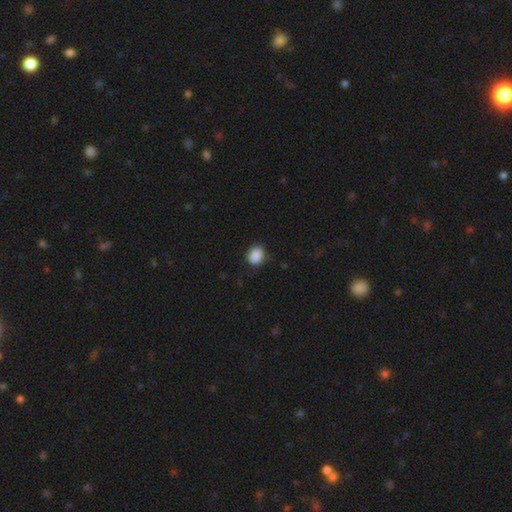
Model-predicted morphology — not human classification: This is clearly a smooth galaxy (88%). How rounded: possibly round (55%). Merging: likely none (79%).